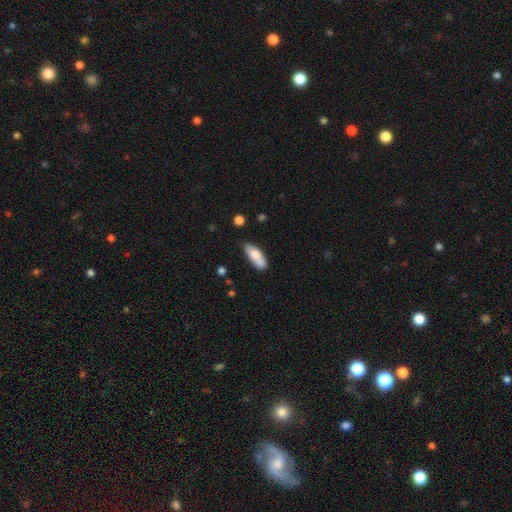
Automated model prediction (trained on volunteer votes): Smooth or featured?
  - smooth: 75% *
  - featured or disk: 18%
  - star or artifact: 7%
How rounded?
  - in between: 67% *
  - cigar-shaped: 31%
  - round: 2%
Merging?
  - none: 61% *
  - minor disturbance: 24%
  - merger: 10%
  - major disturbance: 5%